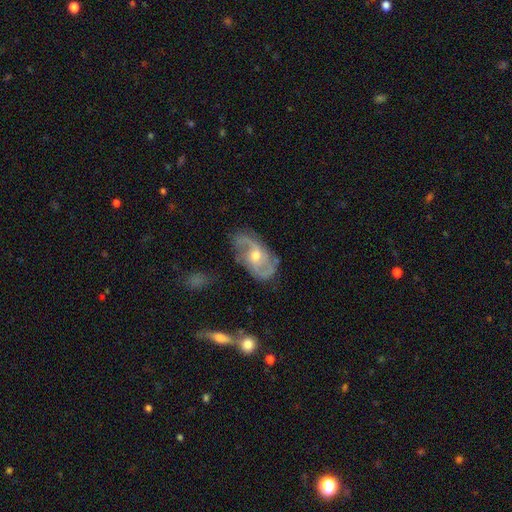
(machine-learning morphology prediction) Q: Smooth or featured?
A: featured or disk (81%); runner-up: smooth (12%)
Q: Edge-on disk?
A: no (95%); runner-up: yes (5%)
Q: Bar?
A: no (56%); runner-up: weak (36%)
Q: Spiral arms?
A: yes (92%); runner-up: no (8%)
Q: Spiral winding?
A: medium (46%); runner-up: loose (32%)
Q: Spiral arm count?
A: 2 (68%); runner-up: can't tell (13%)
Q: Bulge size?
A: moderate (61%); runner-up: small (34%)
Q: Merging?
A: none (67%); runner-up: minor disturbance (22%)